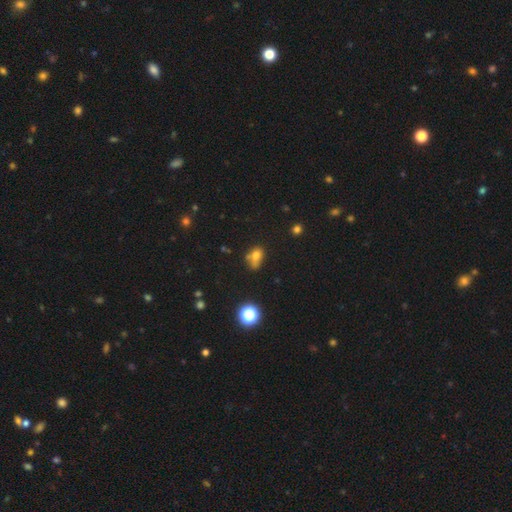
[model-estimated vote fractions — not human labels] smooth 69%, star or artifact 17%, featured or disk 13%. Down the decision tree: how rounded — in between (61%); merging — none (36%).